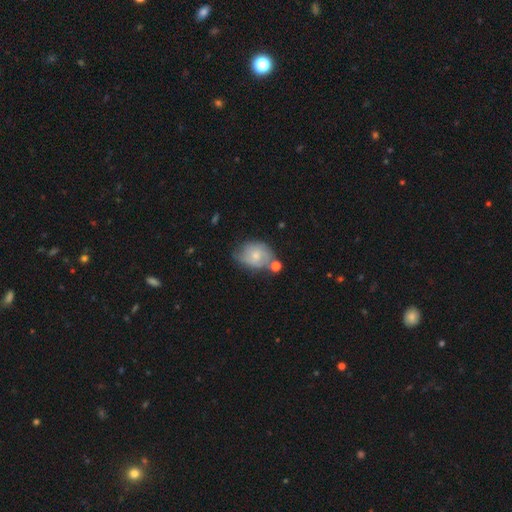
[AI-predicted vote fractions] This appears to be a smooth galaxy with no disk features (50%) that is in between round and cigar-shaped (63%). Merging: none (45%).